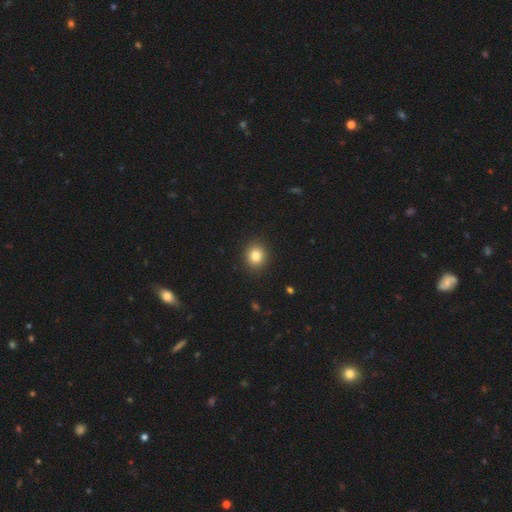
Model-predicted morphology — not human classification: Q: Smooth or featured?
A: smooth (82%); runner-up: star or artifact (11%)
Q: How rounded?
A: round (75%); runner-up: in between (24%)
Q: Merging?
A: none (91%); runner-up: minor disturbance (6%)